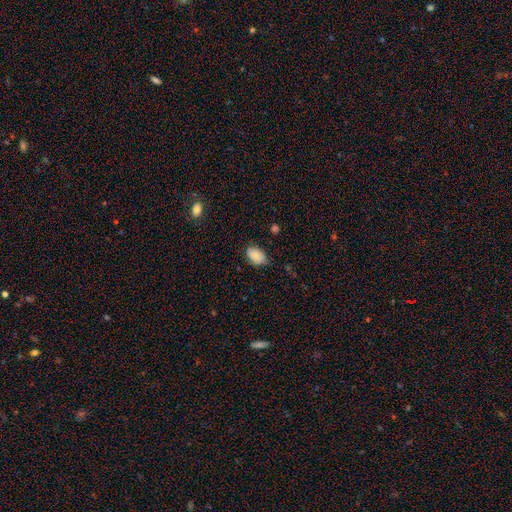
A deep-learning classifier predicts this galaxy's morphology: Overall: smooth (80%). How rounded: in between (83%). Merging: none (72%).